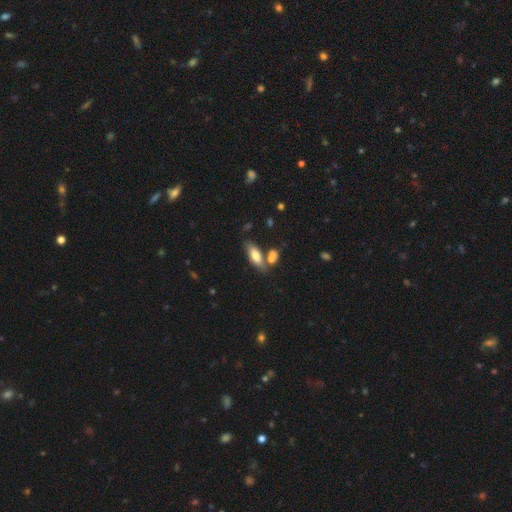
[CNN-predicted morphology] Overall: smooth (71%). How rounded: in between (69%). Merging: none (58%; merger 25%).